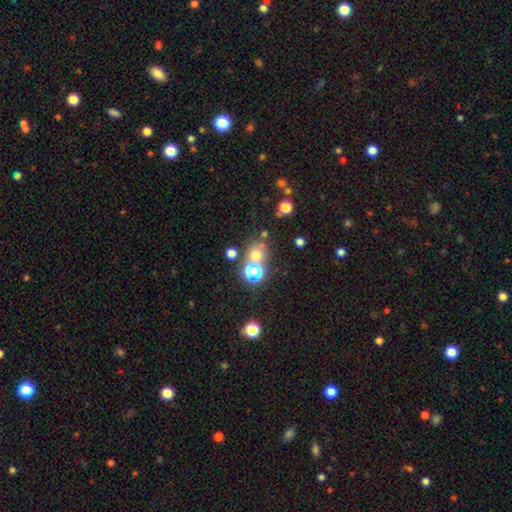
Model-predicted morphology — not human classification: type=smooth (61%); roundness=round (83%); merging=none (61%).